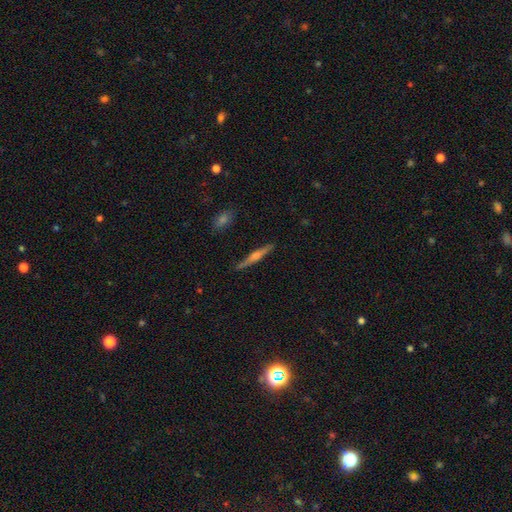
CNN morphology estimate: This appears to be a featured or disk galaxy (72%) viewed edge-on (98%) with a rounded central bulge (81%). Merging: none (90%).